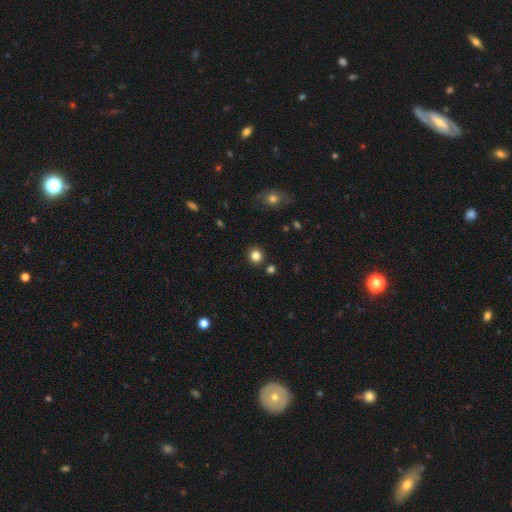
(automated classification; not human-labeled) Smooth or featured?
  - smooth: 82% *
  - star or artifact: 13%
  - featured or disk: 5%
How rounded?
  - round: 88% *
  - in between: 11%
  - cigar-shaped: 1%
Merging?
  - none: 89% *
  - minor disturbance: 6%
  - merger: 3%
  - major disturbance: 2%